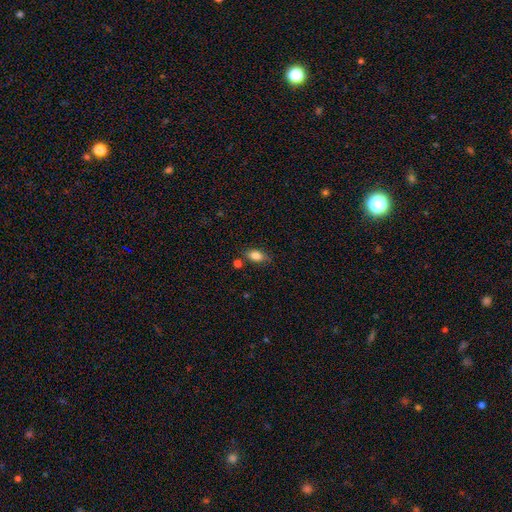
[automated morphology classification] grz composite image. It shows a smooth galaxy with no disk features (83%) that is in between round and cigar-shaped (86%). Merging: none (72%).